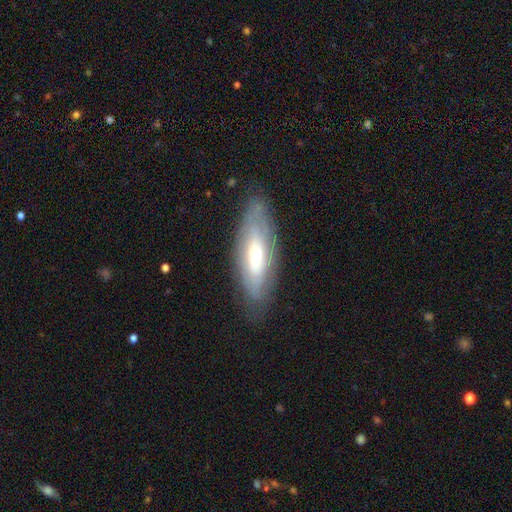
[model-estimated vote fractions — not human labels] This appears to be a featured or disk galaxy (56%). Merging: none (77%).